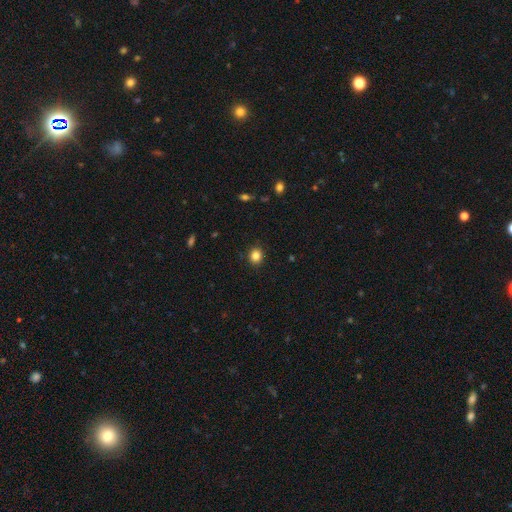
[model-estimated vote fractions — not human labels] smooth-or-featured: smooth: 85% | star or artifact: 11% | featured or disk: 4%
  how-rounded: round: 74% | in between: 25% | cigar-shaped: 1%
  merging: none: 90% | minor disturbance: 7% | major disturbance: 2% | merger: 1%